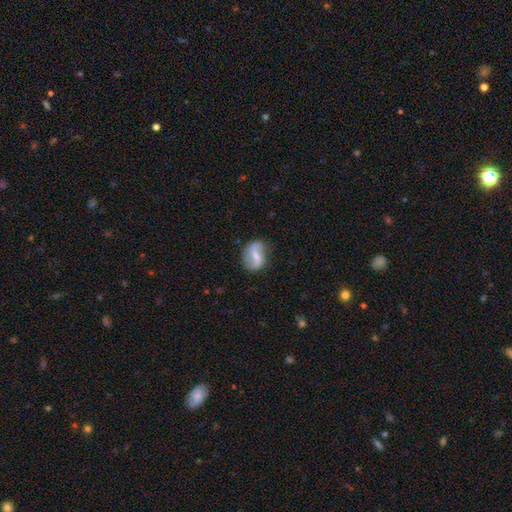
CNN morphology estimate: Smooth or featured? featured or disk (68%)
Edge-on disk? no (97%)
Bar? weak (44%)
Spiral arms? yes (87%)
Spiral winding? loose (65%)
Spiral arm count? 2 (88%)
Bulge size? small (43%)
Merging? none (76%)